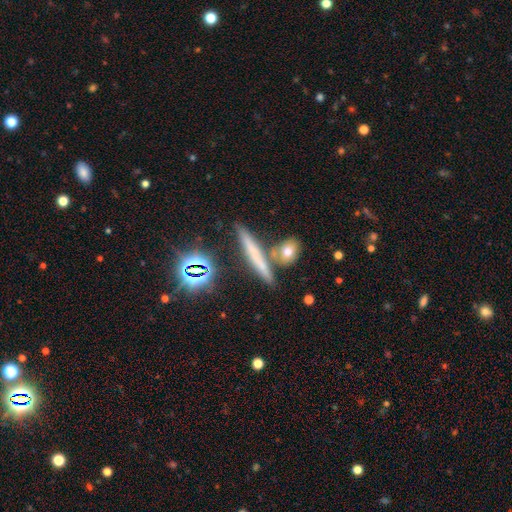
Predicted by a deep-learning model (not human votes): This appears to be a smooth galaxy with no disk features (51%) that is cigar-shaped (86%). Merging: none (76%).